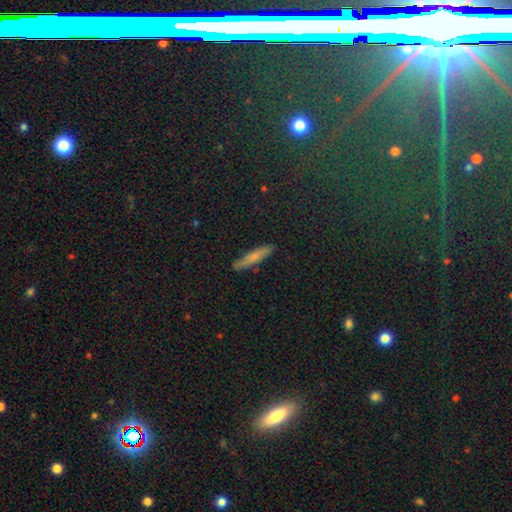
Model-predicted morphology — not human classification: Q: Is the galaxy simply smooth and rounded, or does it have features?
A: smooth — 68%.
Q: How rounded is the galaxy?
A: cigar-shaped — 91%.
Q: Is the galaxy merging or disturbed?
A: none — 88%.